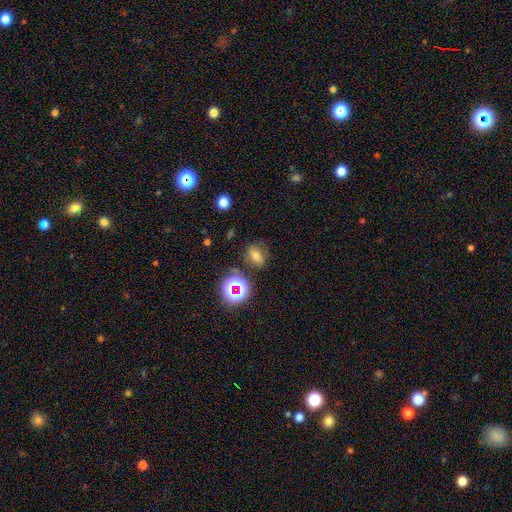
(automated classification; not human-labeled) Smooth or featured?
  - smooth: 57% *
  - star or artifact: 24%
  - featured or disk: 19%
How rounded?
  - in between: 63% *
  - round: 34%
  - cigar-shaped: 3%
Merging?
  - none: 72% *
  - minor disturbance: 17%
  - major disturbance: 7%
  - merger: 5%